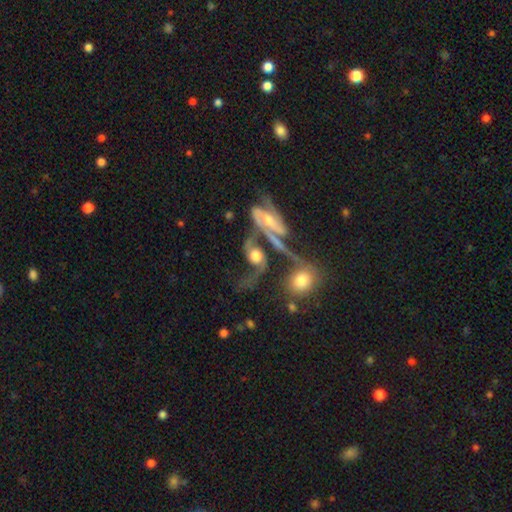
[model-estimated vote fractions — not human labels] featured or disk 79%, smooth 14%, star or artifact 8%. Down the decision tree: edge-on disk — no (94%); bar — no (59%); spiral arms — yes (92%); spiral arm count — 2 (87%); spiral winding — loose (65%); bulge size — moderate (49%); merging — merger (53%).